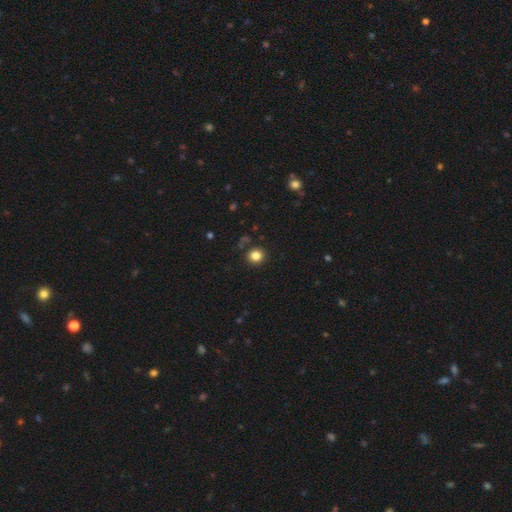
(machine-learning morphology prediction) This appears to be a smooth galaxy with no disk features (83%) that is round (85%). Merging: none (87%).